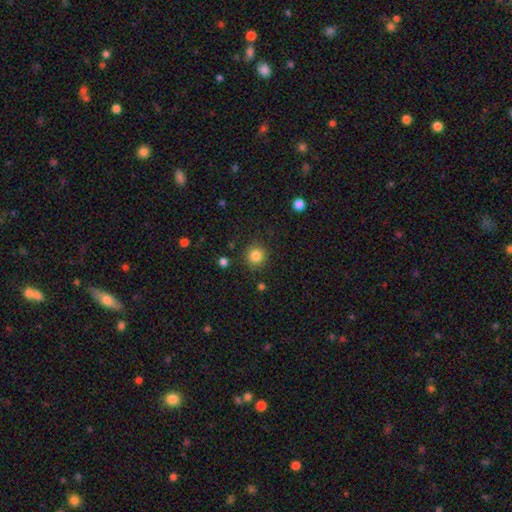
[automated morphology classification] This appears to be a smooth galaxy with no disk features (84%) that is round (93%). Merging: none (88%).